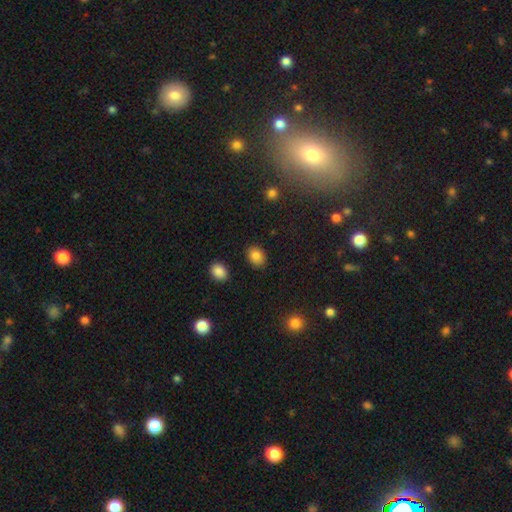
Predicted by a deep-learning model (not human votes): Smooth or featured: smooth — 84% (star or artifact — 9%)
How rounded: in between — 68% (round — 31%)
Merging: none — 87% (minor disturbance — 9%)